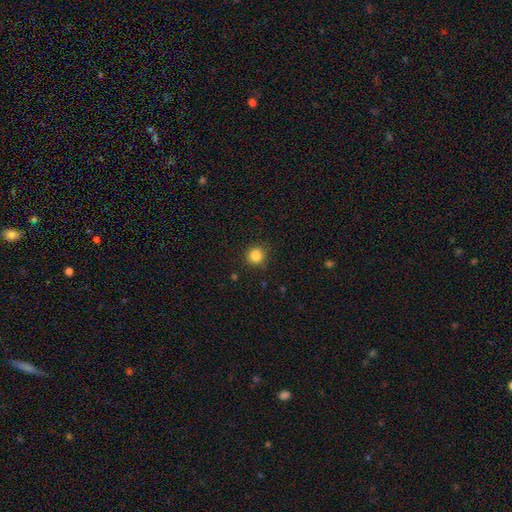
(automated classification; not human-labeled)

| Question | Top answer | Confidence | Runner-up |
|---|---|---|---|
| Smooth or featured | smooth | 85% | star or artifact (11%) |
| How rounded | round | 94% | in between (5%) |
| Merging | none | 89% | minor disturbance (7%) |